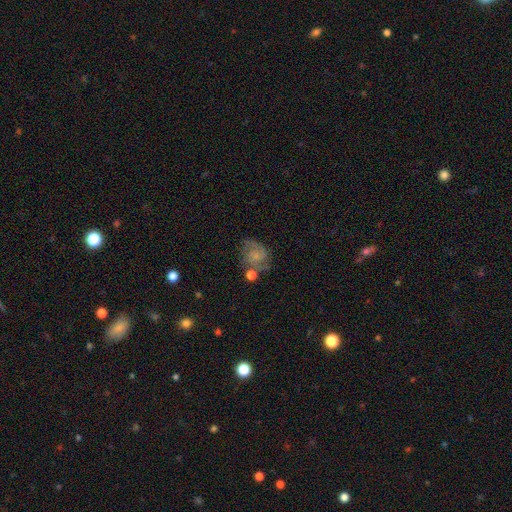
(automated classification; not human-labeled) A featured or disk galaxy (60%) with no bar (70%), 2 (60%) medium (47%) spiral arms (89%) and a small central bulge (53%). Merging: none (52%).